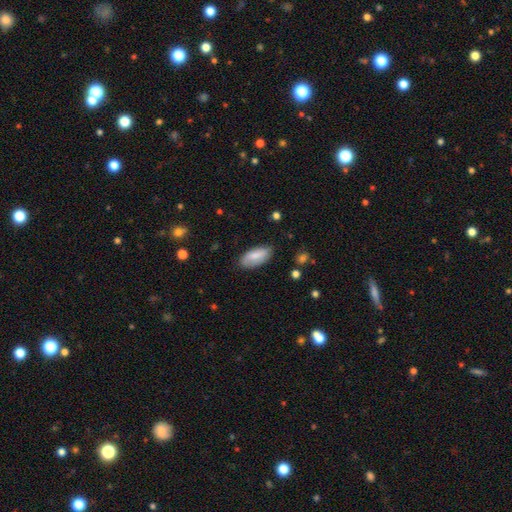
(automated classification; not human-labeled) smooth-or-featured: smooth: 72% | featured or disk: 22% | star or artifact: 6%
  how-rounded: in between: 91% | cigar-shaped: 7% | round: 2%
  merging: none: 77% | minor disturbance: 18% | major disturbance: 4% | merger: 1%